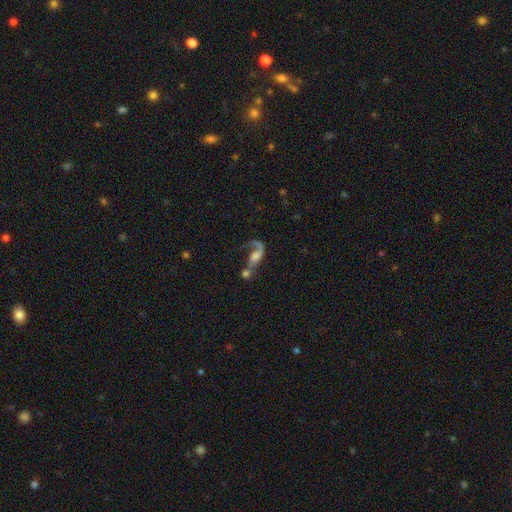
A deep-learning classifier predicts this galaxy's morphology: type=featured or disk (64%); edge-on=no (92%); bar=no (59%); spiral arms=yes (80%); bulge=moderate (35%); merging=merger (47%).